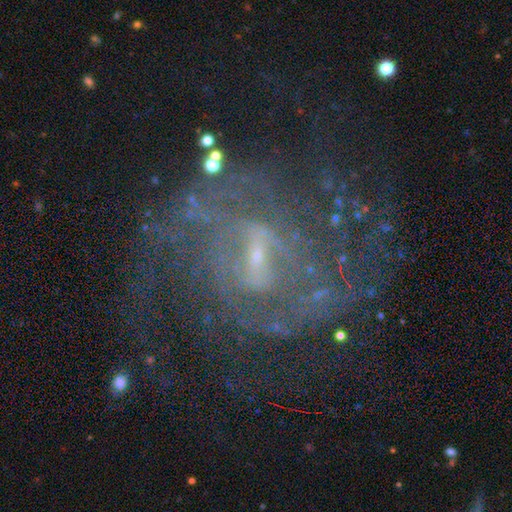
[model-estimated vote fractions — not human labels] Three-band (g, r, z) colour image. It shows a featured or disk galaxy (82%) with a weak bar (49%), tight (42%) spiral arms (89%) and a small central bulge (59%). Merging: none (61%).